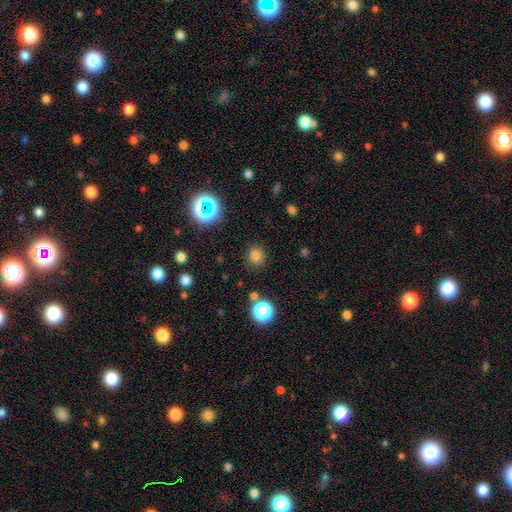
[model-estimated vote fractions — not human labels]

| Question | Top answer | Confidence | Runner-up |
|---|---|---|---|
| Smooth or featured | smooth | 77% | star or artifact (18%) |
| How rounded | round | 86% | in between (13%) |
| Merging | none | 87% | minor disturbance (8%) |